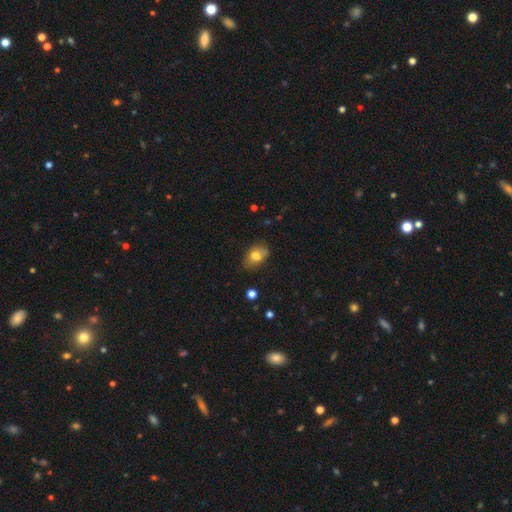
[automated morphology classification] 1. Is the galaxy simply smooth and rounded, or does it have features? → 72% smooth, 19% featured or disk, 9% star or artifact.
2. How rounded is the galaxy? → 80% in between, 19% round, 1% cigar-shaped.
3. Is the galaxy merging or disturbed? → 63% none, 25% minor disturbance, 7% major disturbance, 4% merger.